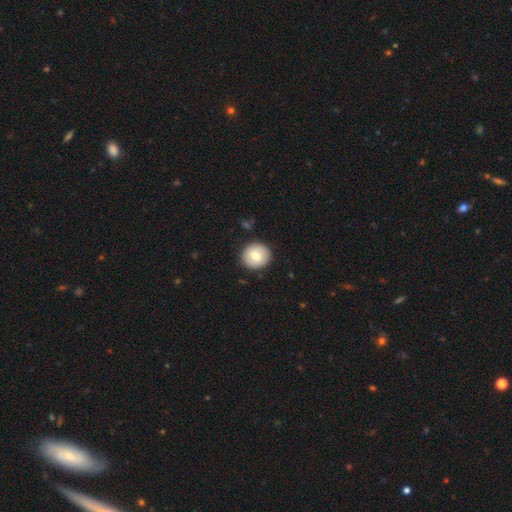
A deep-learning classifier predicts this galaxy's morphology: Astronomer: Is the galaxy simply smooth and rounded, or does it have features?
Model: smooth — 76%.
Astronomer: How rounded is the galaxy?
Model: round — 91%.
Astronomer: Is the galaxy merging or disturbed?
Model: none — 90%.